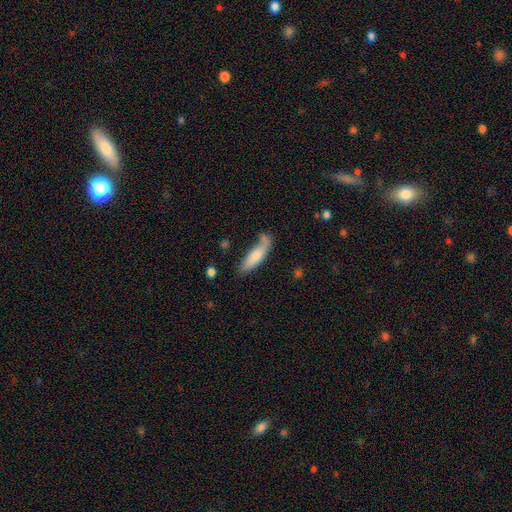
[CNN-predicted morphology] smooth-or-featured: smooth: 73% | featured or disk: 21% | star or artifact: 6%
  how-rounded: cigar-shaped: 59% | in between: 40% | round: 2%
  merging: none: 55% | minor disturbance: 25% | merger: 10% | major disturbance: 10%